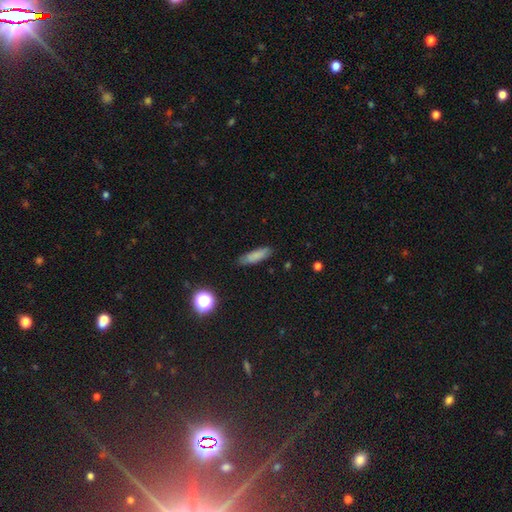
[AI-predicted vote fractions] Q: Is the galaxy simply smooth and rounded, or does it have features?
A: smooth — 81%.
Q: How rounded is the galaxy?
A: cigar-shaped — 62%.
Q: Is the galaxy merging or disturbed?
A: none — 83%.